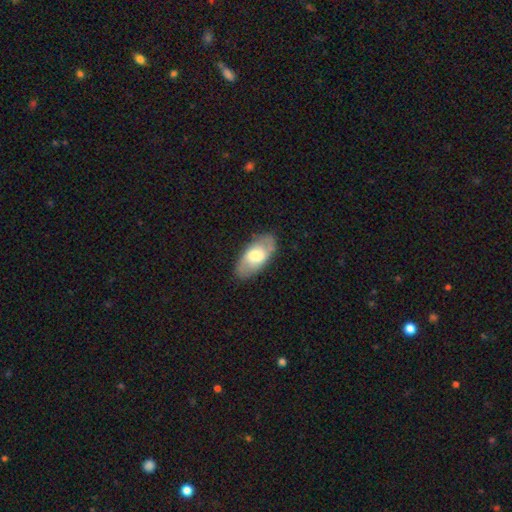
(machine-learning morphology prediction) This appears to be a smooth galaxy with no disk features (55%) that is in between round and cigar-shaped (92%). Merging: none (80%).